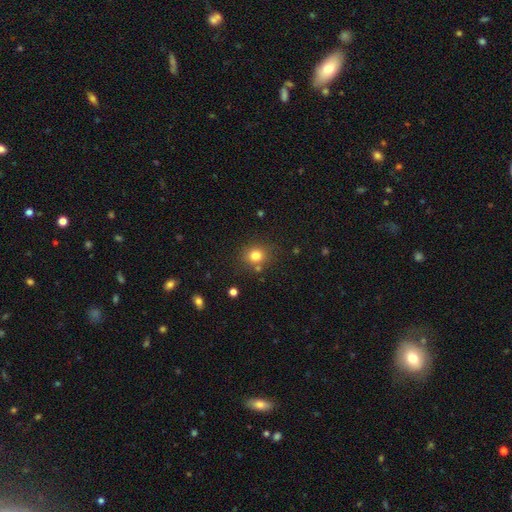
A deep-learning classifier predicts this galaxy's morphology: A smooth galaxy with no disk features (79%) that is round (79%).

Vote fractions:
- Smooth or featured? smooth: 79% / star or artifact: 14% / featured or disk: 7%
- How rounded? round: 79% / in between: 20% / cigar-shaped: 1%
- Merging? none: 79% / minor disturbance: 10% / merger: 7% / major disturbance: 3%